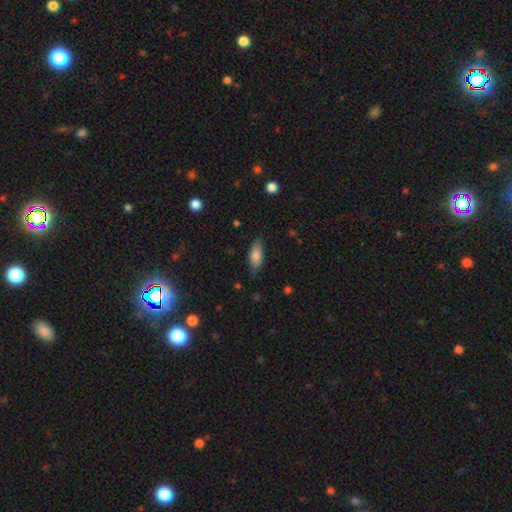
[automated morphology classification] The model was most divided on "merging": none: 76%, minor disturbance: 19%, major disturbance: 4%, merger: 1%. More confident: smooth or featured — smooth (80%); how rounded — in between (79%).